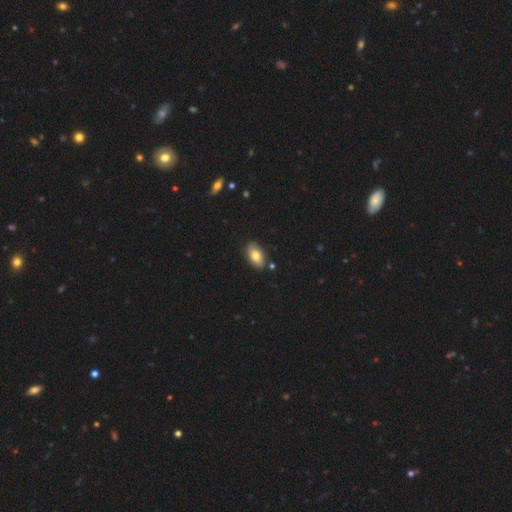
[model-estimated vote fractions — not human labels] Overall: smooth (77%). How rounded: in between (92%). Merging: none (84%).